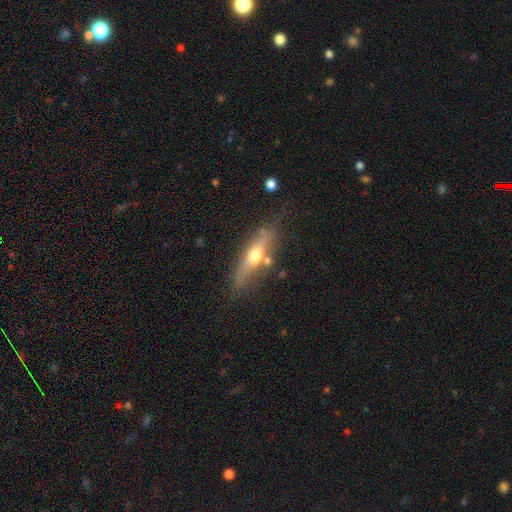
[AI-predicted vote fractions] featured or disk 56%, smooth 37%, star or artifact 6%. Down the decision tree: edge-on disk — yes (73%); merging — none (62%).